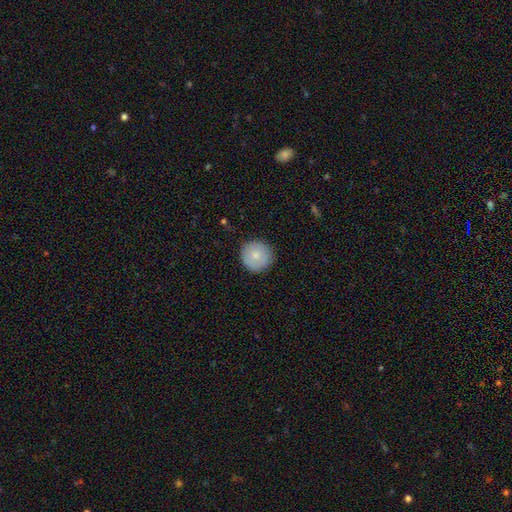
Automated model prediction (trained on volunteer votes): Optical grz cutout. It shows a smooth galaxy with no disk features (78%) that is round (95%). Merging: none (89%).